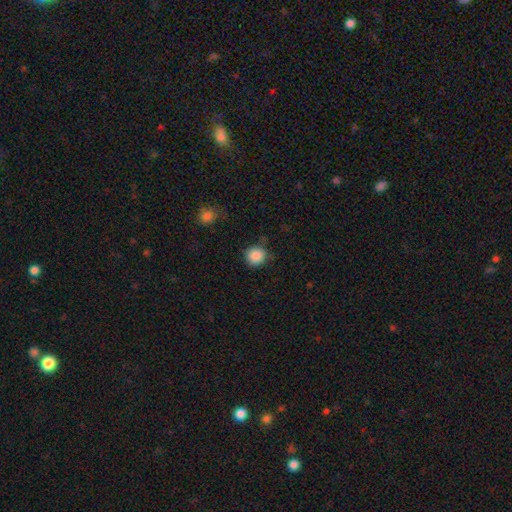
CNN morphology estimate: A smooth galaxy with no disk features (87%) that is round (91%).

Vote fractions:
- Smooth or featured? smooth: 87% / star or artifact: 9% / featured or disk: 4%
- How rounded? round: 91% / in between: 9% / cigar-shaped: 1%
- Merging? none: 80% / minor disturbance: 14% / major disturbance: 3% / merger: 2%